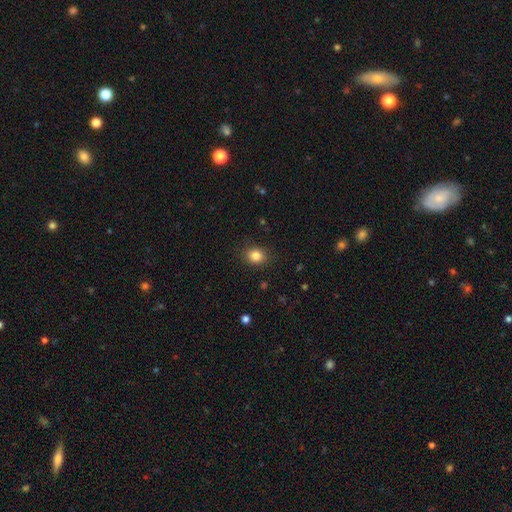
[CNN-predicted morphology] Smooth or featured: smooth — 84% (star or artifact — 11%)
How rounded: round — 61% (in between — 38%)
Merging: none — 88% (minor disturbance — 9%)